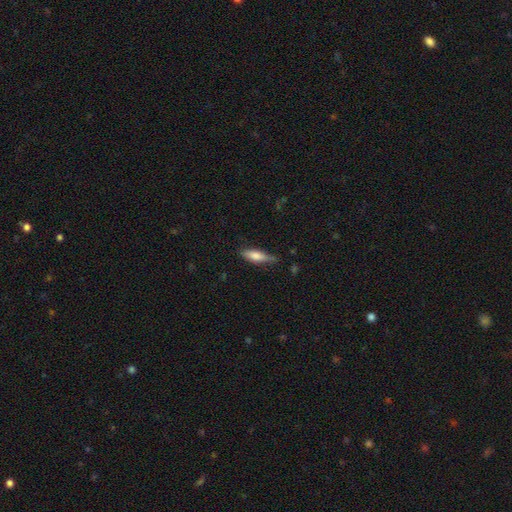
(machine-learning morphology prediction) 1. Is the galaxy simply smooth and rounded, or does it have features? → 70% smooth, 23% featured or disk, 6% star or artifact.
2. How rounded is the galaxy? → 54% cigar-shaped, 44% in between, 2% round.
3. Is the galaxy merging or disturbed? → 68% none, 26% minor disturbance, 5% major disturbance, 2% merger.